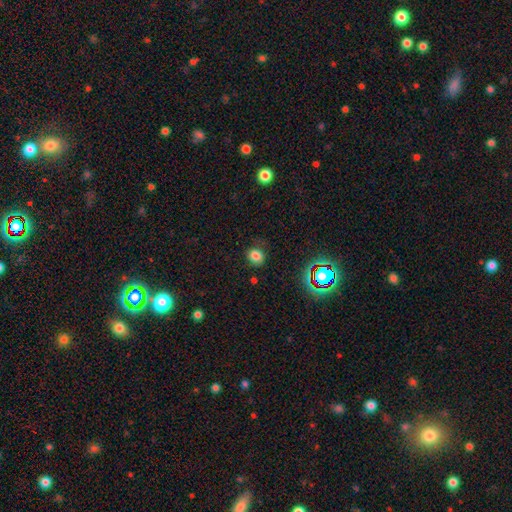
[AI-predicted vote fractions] Q: Smooth or featured?
A: smooth (77%); runner-up: star or artifact (16%)
Q: How rounded?
A: round (67%); runner-up: in between (32%)
Q: Merging?
A: none (78%); runner-up: minor disturbance (15%)